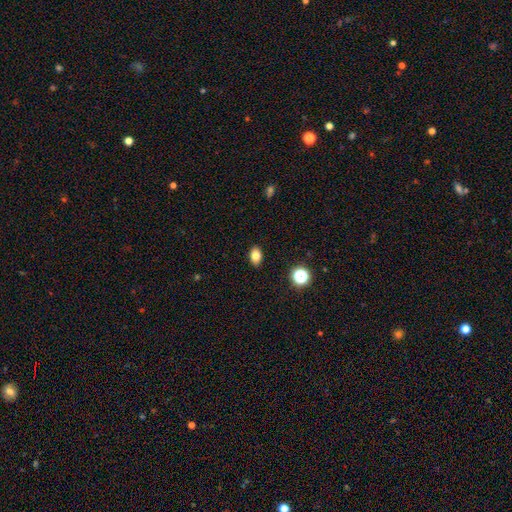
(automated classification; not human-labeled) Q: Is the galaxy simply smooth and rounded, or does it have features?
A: smooth — 81%.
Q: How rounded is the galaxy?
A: in between — 82%.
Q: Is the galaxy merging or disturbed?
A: none — 89%.